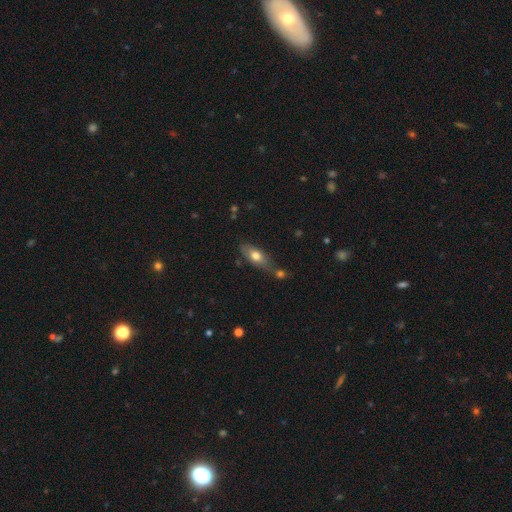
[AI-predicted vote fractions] Smooth or featured?
  - smooth: 71% *
  - featured or disk: 22%
  - star or artifact: 8%
How rounded?
  - in between: 78% *
  - cigar-shaped: 16%
  - round: 6%
Merging?
  - none: 51% *
  - merger: 24%
  - minor disturbance: 19%
  - major disturbance: 6%